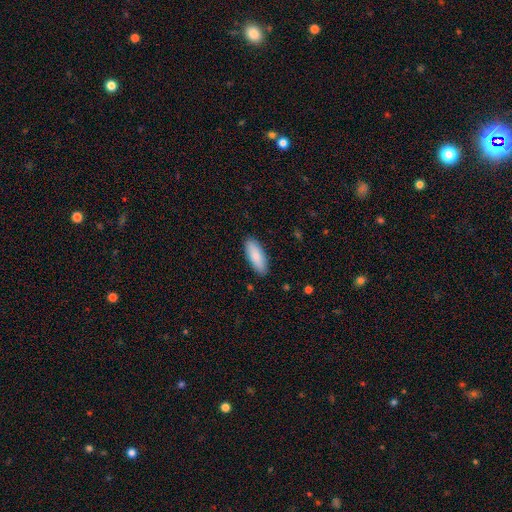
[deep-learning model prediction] The model was most divided on "how rounded": in between: 68%, cigar-shaped: 30%, round: 2%. More confident: merging — none (88%); smooth or featured — smooth (88%).